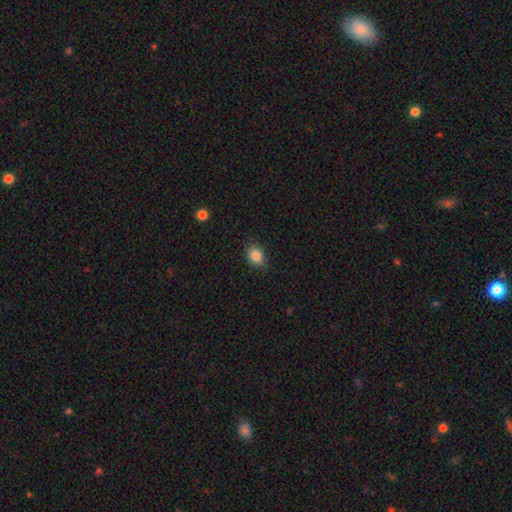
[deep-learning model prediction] smooth 85%, star or artifact 10%, featured or disk 5%. Down the decision tree: how rounded — in between (65%); merging — none (86%).